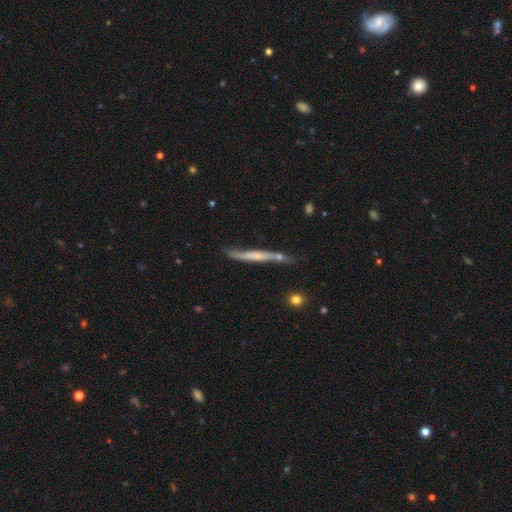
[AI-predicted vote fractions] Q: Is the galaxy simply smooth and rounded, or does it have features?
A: featured or disk — 59%.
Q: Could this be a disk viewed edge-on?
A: yes — 85%.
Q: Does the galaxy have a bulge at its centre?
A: none — 57%.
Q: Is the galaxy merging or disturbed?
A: none — 55%.